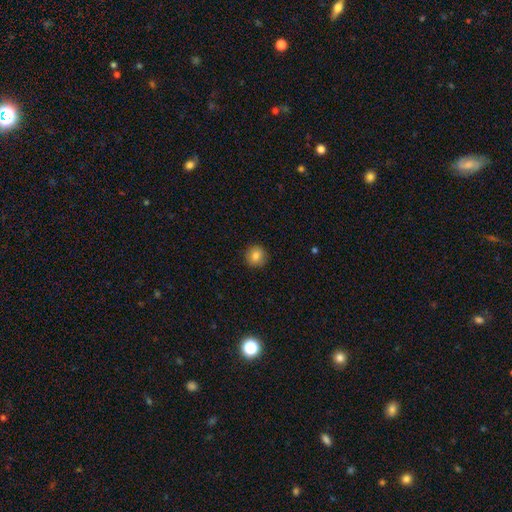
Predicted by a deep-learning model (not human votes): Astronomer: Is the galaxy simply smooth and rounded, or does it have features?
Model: smooth — 83%.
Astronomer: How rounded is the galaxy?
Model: round — 93%.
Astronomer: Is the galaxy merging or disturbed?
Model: none — 90%.